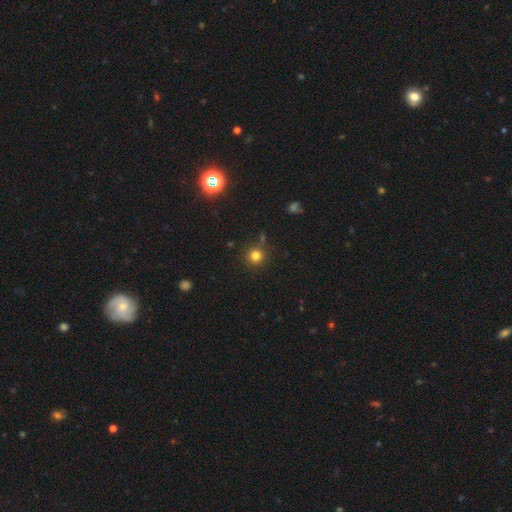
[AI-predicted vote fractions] smooth-or-featured: smooth: 79% | star or artifact: 15% | featured or disk: 6%
  how-rounded: round: 94% | in between: 6% | cigar-shaped: 1%
  merging: none: 83% | minor disturbance: 9% | merger: 5% | major disturbance: 3%